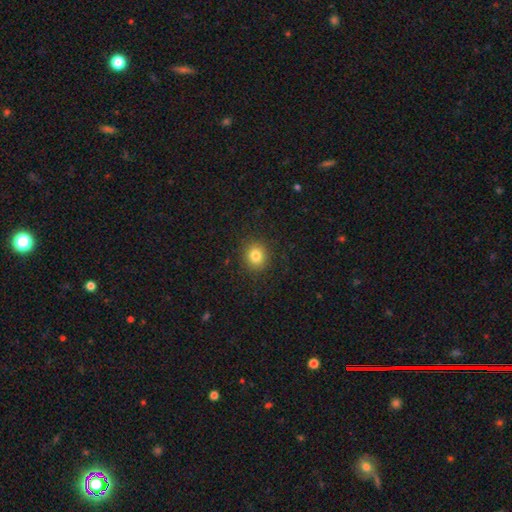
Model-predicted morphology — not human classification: This is clearly a smooth galaxy (82%). How rounded: clearly round (81%). Merging: clearly none (90%).